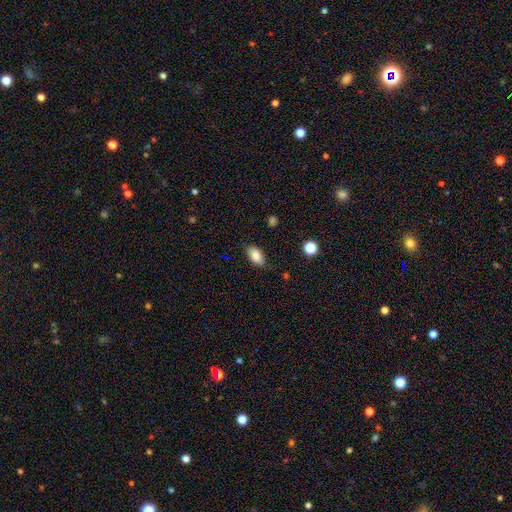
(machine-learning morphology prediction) A smooth galaxy with no disk features (85%) that is in between round and cigar-shaped (92%).

Vote fractions:
- Smooth or featured? smooth: 85% / star or artifact: 8% / featured or disk: 7%
- How rounded? in between: 92% / round: 5% / cigar-shaped: 3%
- Merging? none: 82% / minor disturbance: 14% / major disturbance: 3% / merger: 1%